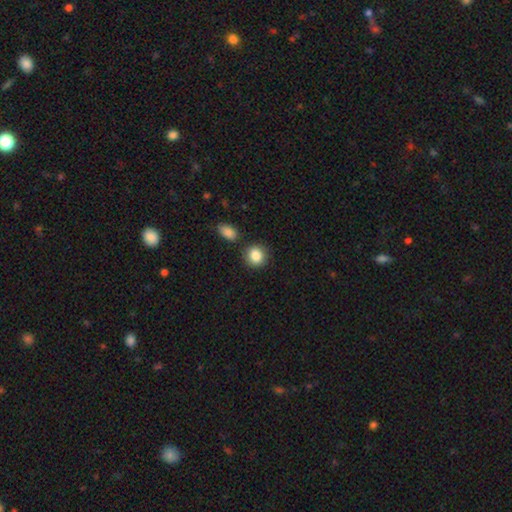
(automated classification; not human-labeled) This appears to be a smooth galaxy with no disk features (86%) that is round (80%). Merging: none (80%).